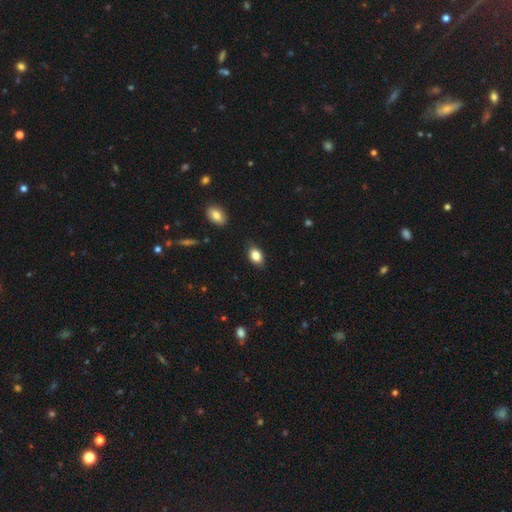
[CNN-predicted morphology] A smooth galaxy with no disk features (84%) that is in between round and cigar-shaped (86%). Merging: none (84%).